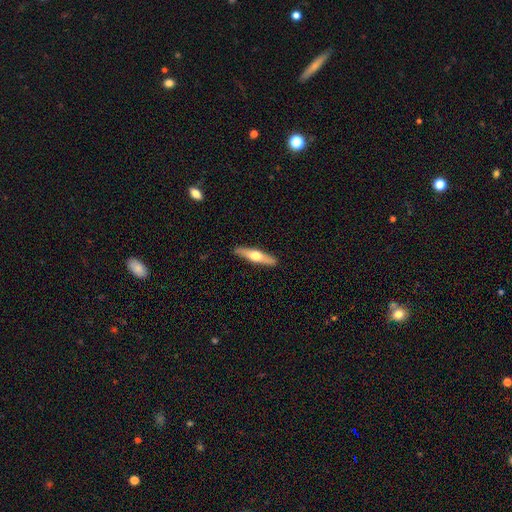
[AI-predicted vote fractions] Q: Smooth or featured?
A: featured or disk (51%); runner-up: smooth (44%)
Q: Edge-on disk?
A: yes (91%); runner-up: no (9%)
Q: Merging?
A: none (90%); runner-up: minor disturbance (7%)